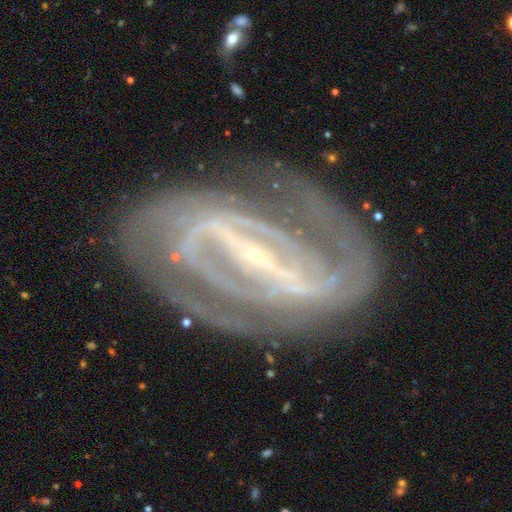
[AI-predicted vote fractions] This appears to be a featured or disk galaxy (89%) with a strong bar (80%), 2 (56%) tight (55%) spiral arms (95%) and a small central bulge (82%). Merging: none (76%).